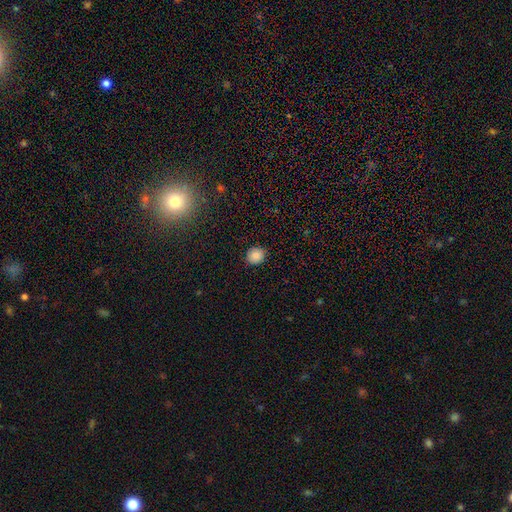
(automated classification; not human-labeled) Smooth or featured? smooth (85%)
How rounded? round (83%)
Merging? none (88%)